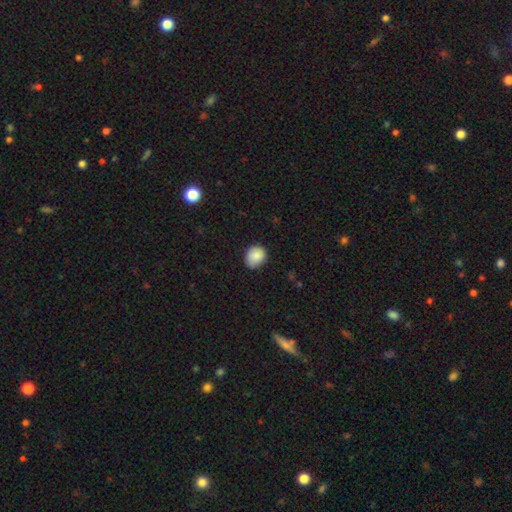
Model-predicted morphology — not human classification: This appears to be a smooth galaxy with no disk features (88%) that is round (64%). Merging: none (76%).